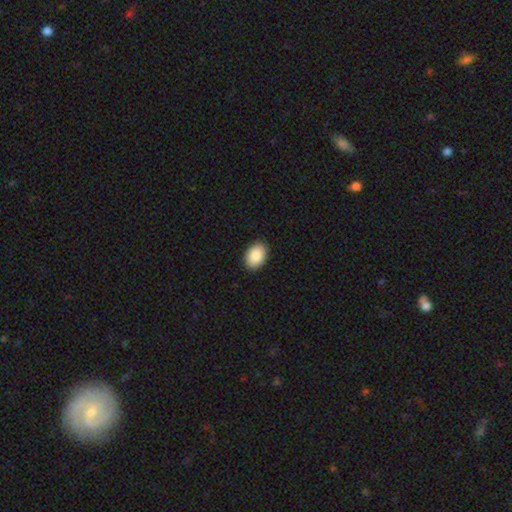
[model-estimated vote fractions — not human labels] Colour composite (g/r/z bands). It shows a smooth galaxy with no disk features (90%) that is in between round and cigar-shaped (87%). Merging: none (91%).